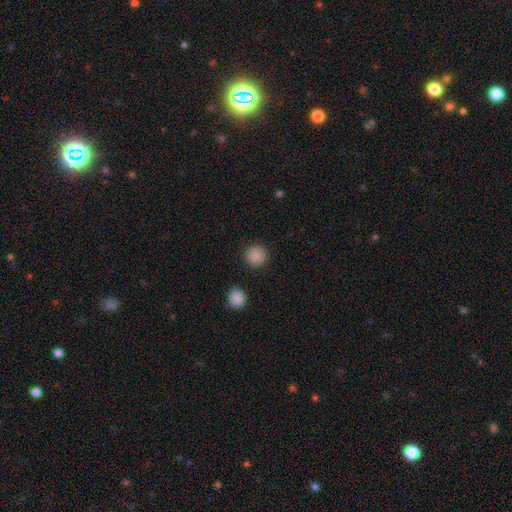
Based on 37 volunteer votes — Q: Smooth or featured?
A: smooth (92%); runner-up: star or artifact (5%)
Q: How rounded?
A: round (94%); runner-up: in between (6%)
Q: Merging?
A: none (94%); runner-up: minor disturbance (3%)